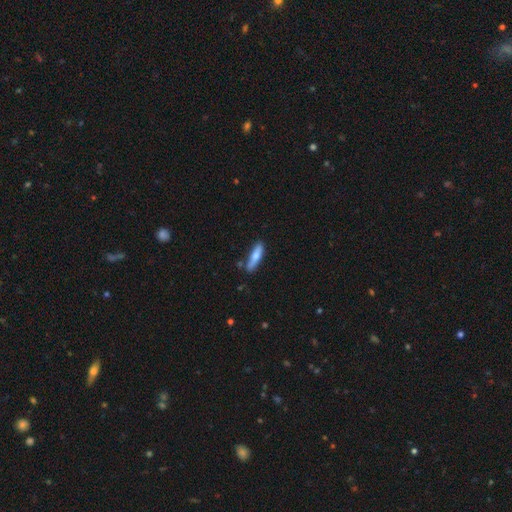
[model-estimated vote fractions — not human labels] Smooth or featured? Predicted: smooth (p=0.62). How rounded? Predicted: cigar-shaped (p=0.75). Merging? Predicted: none (p=0.77).